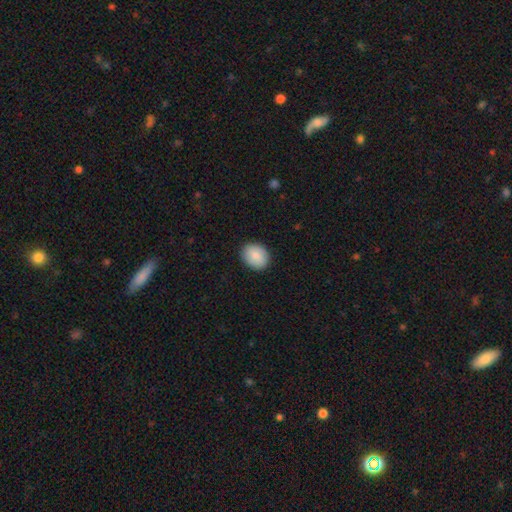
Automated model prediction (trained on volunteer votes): smooth_or_featured: smooth (p=0.86) [alt: featured or disk p=0.07]
how_rounded: in between (p=0.51) [alt: round p=0.48]
merging: none (p=0.89) [alt: minor disturbance p=0.08]